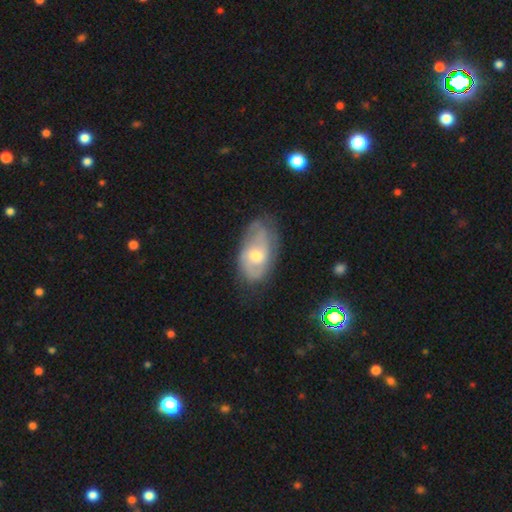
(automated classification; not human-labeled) The model was most divided on "spiral winding": tight: 41%, medium: 39%, loose: 20%. Remaining: edge-on disk — no (94%); spiral arms — yes (82%); smooth or featured — featured or disk (67%); bulge size — moderate (62%); bar — no (62%); merging — none (62%); spiral arm count — 2 (46%).